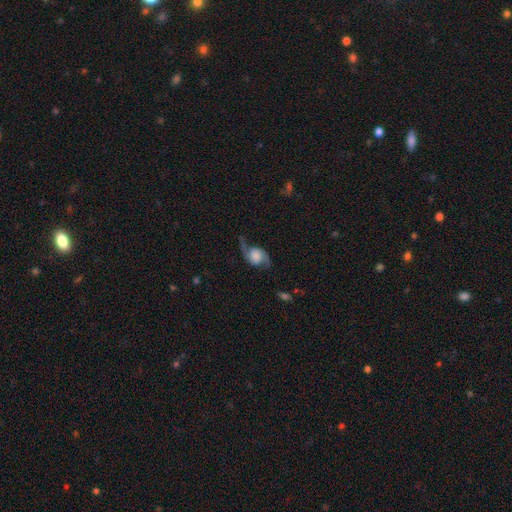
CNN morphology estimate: Smooth or featured?
  - featured or disk: 80% *
  - smooth: 13%
  - star or artifact: 7%
Edge-on disk?
  - no: 97% *
  - yes: 3%
Bar?
  - no: 68% *
  - weak: 26%
  - strong: 6%
Spiral arms?
  - yes: 96% *
  - no: 4%
Spiral winding?
  - loose: 68% *
  - medium: 25%
  - tight: 7%
Spiral arm count?
  - 2: 92% *
  - 1: 4%
  - can't tell: 2%
  - 3: 1%
  - 4: 1%
  - more than 4: 1%
Bulge size?
  - large: 32% *
  - none: 25%
  - moderate: 16%
  - dominant: 15%
  - small: 13%
Merging?
  - none: 64% *
  - minor disturbance: 20%
  - major disturbance: 13%
  - merger: 2%